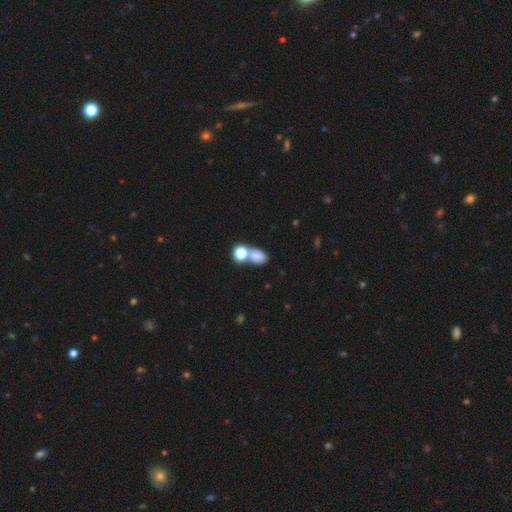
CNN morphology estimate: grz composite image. It shows a smooth galaxy with no disk features (78%) that is in between round and cigar-shaped (73%). Merging: none (42%).